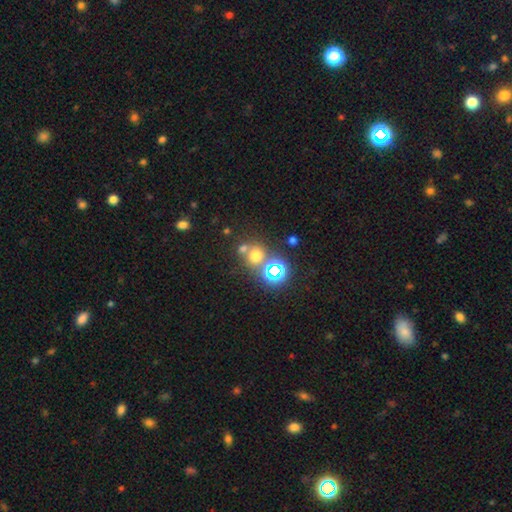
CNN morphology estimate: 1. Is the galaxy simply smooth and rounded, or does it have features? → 58% smooth, 32% star or artifact, 9% featured or disk.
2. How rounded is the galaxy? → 84% round, 15% in between, 1% cigar-shaped.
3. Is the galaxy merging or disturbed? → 59% none, 28% merger, 8% minor disturbance, 4% major disturbance.